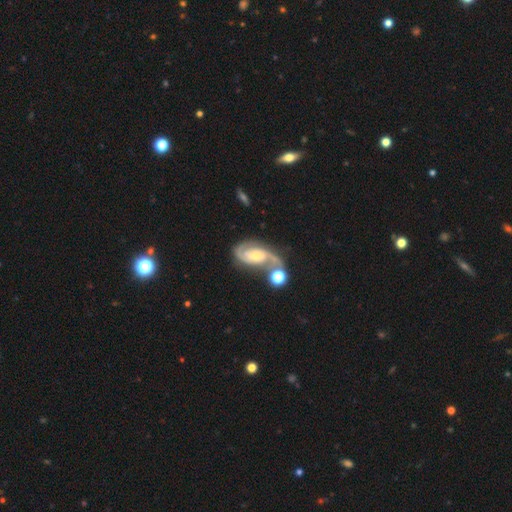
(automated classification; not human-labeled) smooth_or_featured: featured or disk (p=0.86) [alt: smooth p=0.08]
disk_edge_on: no (p=0.97) [alt: yes p=0.03]
bar: no (p=0.49) [alt: weak p=0.38]
has_spiral_arms: yes (p=0.97) [alt: no p=0.03]
spiral_winding: medium (p=0.50) [alt: tight p=0.26]
spiral_arm_count: 2 (p=0.85) [alt: can't tell p=0.05]
bulge_size: small (p=0.45) [alt: moderate p=0.44]
merging: none (p=0.42) [alt: merger p=0.25]